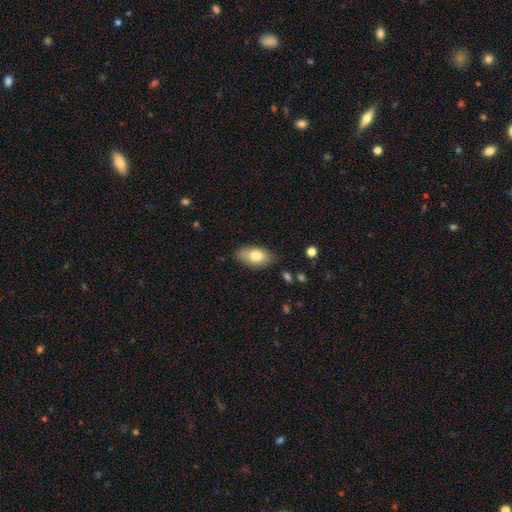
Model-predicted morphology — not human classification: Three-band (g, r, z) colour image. It shows a smooth galaxy with no disk features (77%) that is in between round and cigar-shaped (92%). Merging: none (80%).